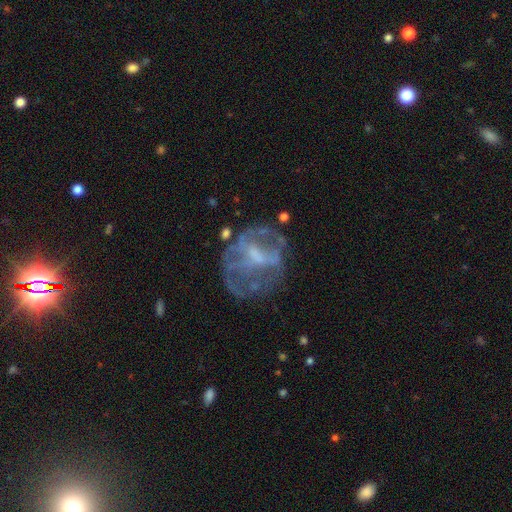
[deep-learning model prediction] This is likely a featured or disk galaxy (67%). It is clearly not viewed edge-on (97%). Bar: possibly no (48%). Spiral arm pattern: likely no (72%). Central bulge: marginally small (36%). Merging: possibly none (50%).